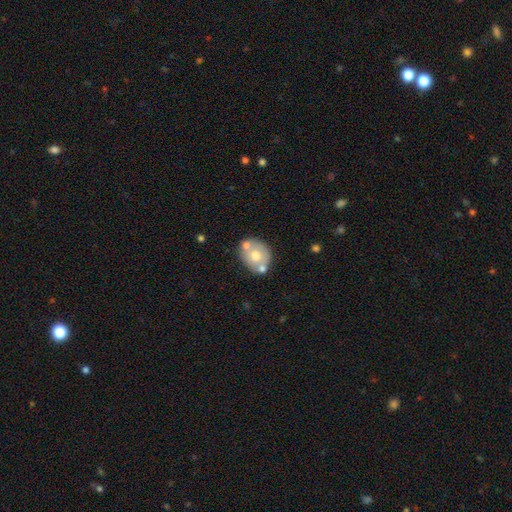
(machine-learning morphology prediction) Q: Smooth or featured?
A: smooth (60%); runner-up: featured or disk (32%)
Q: How rounded?
A: round (51%); runner-up: in between (48%)
Q: Merging?
A: none (58%); runner-up: merger (21%)